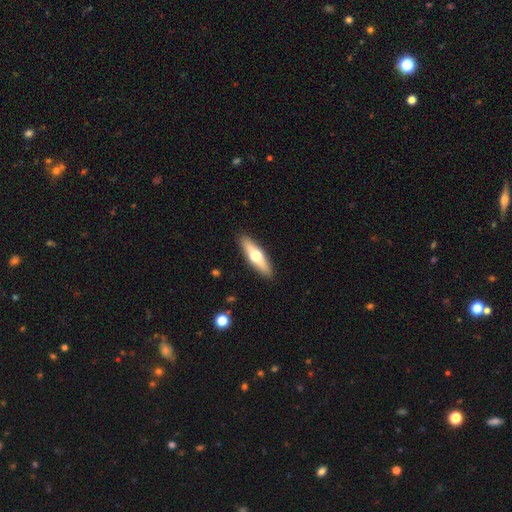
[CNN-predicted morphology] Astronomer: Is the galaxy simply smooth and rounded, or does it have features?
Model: smooth — 50% (runner-up: featured or disk, 45%).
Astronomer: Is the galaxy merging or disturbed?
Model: none — 90%.